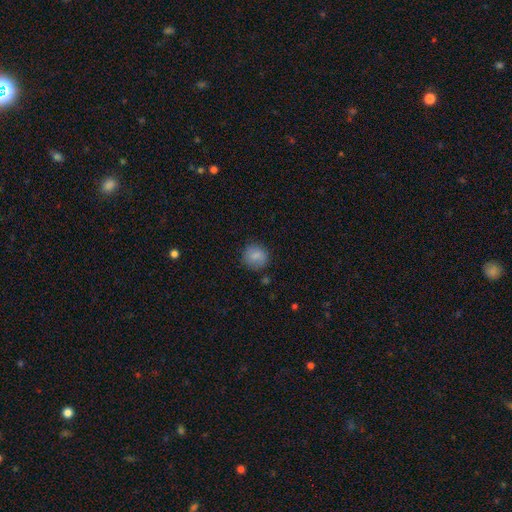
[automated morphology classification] Q: Smooth or featured?
A: smooth (83%); runner-up: star or artifact (9%)
Q: How rounded?
A: round (88%); runner-up: in between (11%)
Q: Merging?
A: none (81%); runner-up: minor disturbance (13%)